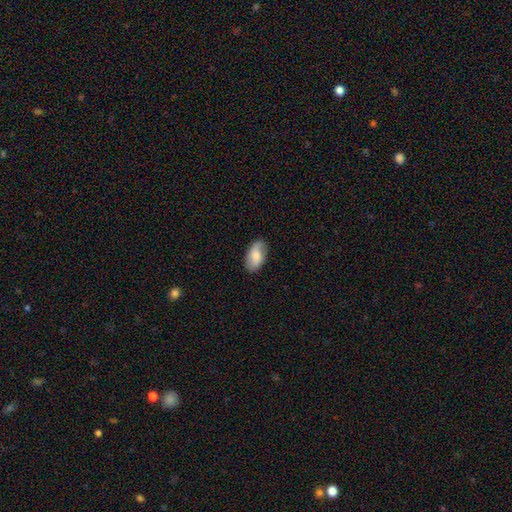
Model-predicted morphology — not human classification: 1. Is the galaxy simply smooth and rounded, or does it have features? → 65% smooth, 28% featured or disk, 7% star or artifact.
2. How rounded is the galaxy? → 93% in between, 4% round, 2% cigar-shaped.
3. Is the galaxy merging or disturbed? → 80% none, 15% minor disturbance, 3% major disturbance, 1% merger.